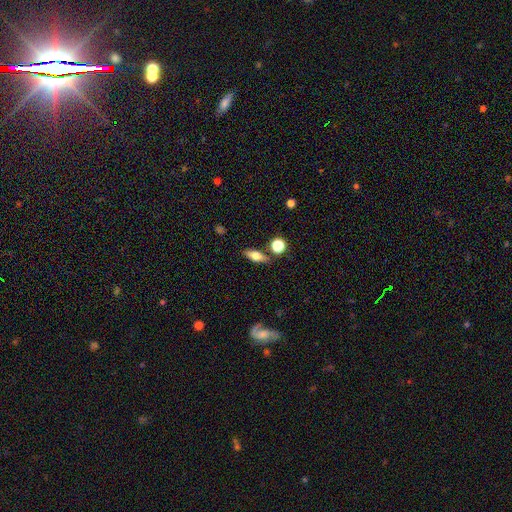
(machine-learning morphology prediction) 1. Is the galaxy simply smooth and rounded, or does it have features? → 64% smooth, 27% featured or disk, 10% star or artifact.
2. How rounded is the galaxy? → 70% in between, 23% cigar-shaped, 8% round.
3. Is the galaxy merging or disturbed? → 81% none, 11% minor disturbance, 6% merger, 3% major disturbance.